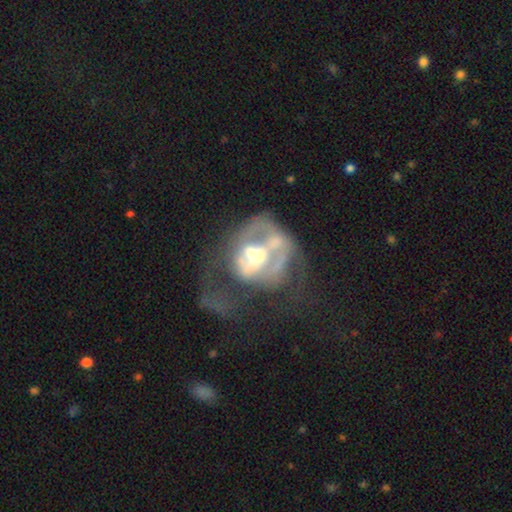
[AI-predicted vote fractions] Smooth or featured? featured or disk (70%)
Edge-on disk? no (97%)
Bar? no (61%)
Spiral arms? no (69%)
Bulge size? moderate (52%)
Merging? major disturbance (51%)